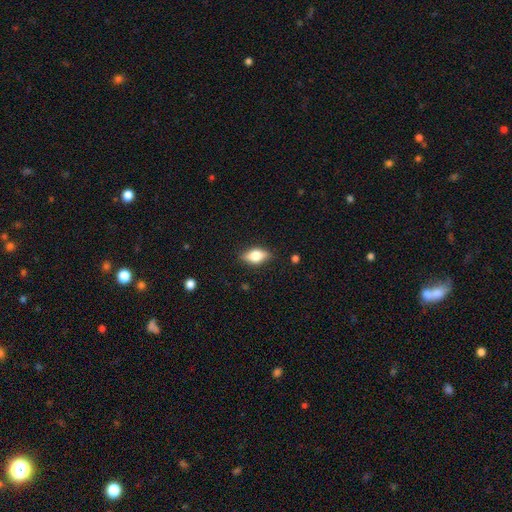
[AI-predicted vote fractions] A smooth galaxy with no disk features (66%) that is in between round and cigar-shaped (83%). Merging: none (83%).